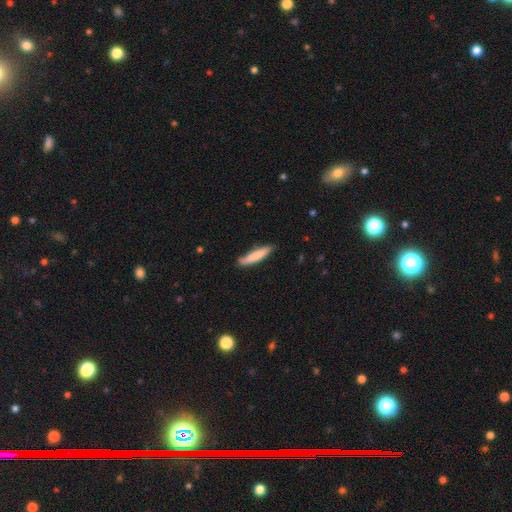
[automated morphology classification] The model was most divided on "merging": none: 79%, minor disturbance: 17%, major disturbance: 3%, merger: 2%. More confident: how rounded — cigar-shaped (87%); smooth or featured — smooth (78%).